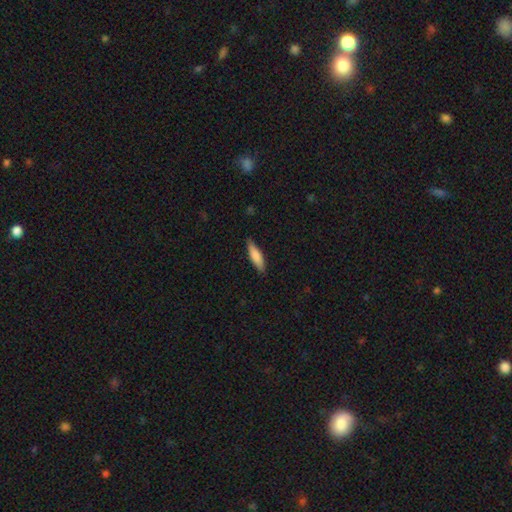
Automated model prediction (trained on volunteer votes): Smooth or featured: smooth — 78% (featured or disk — 16%)
How rounded: cigar-shaped — 66% (in between — 32%)
Merging: none — 85% (minor disturbance — 12%)